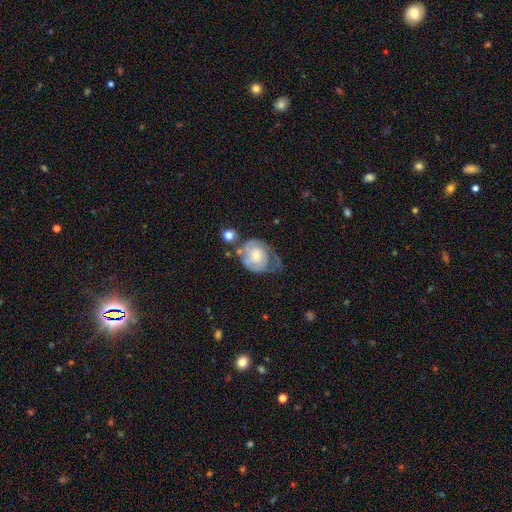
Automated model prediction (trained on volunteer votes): A featured or disk galaxy (64%) with no bar (78%), spiral arms (80%) and a moderate central bulge (46%). Merging: none (34%).